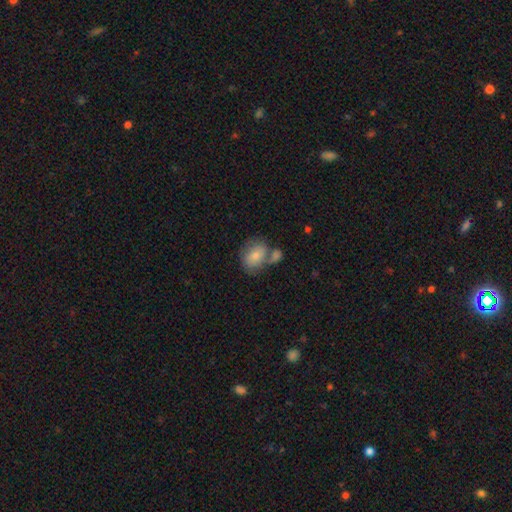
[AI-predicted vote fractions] smooth 67%, featured or disk 26%, star or artifact 7%. Down the decision tree: how rounded — in between (63%); merging — merger (42%).